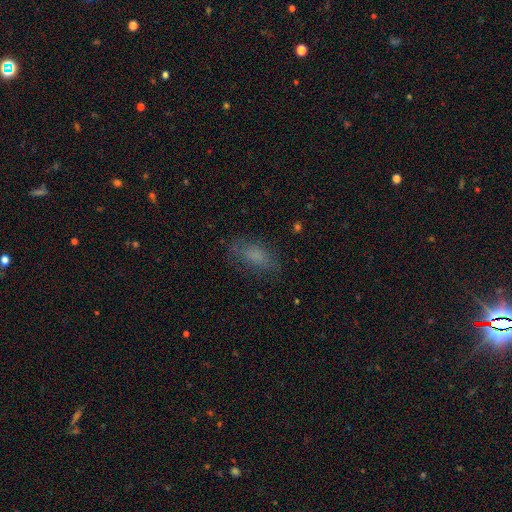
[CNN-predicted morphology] Smooth or featured: smooth — 73% (featured or disk — 14%)
How rounded: in between — 84% (cigar-shaped — 10%)
Merging: none — 71% (minor disturbance — 19%)